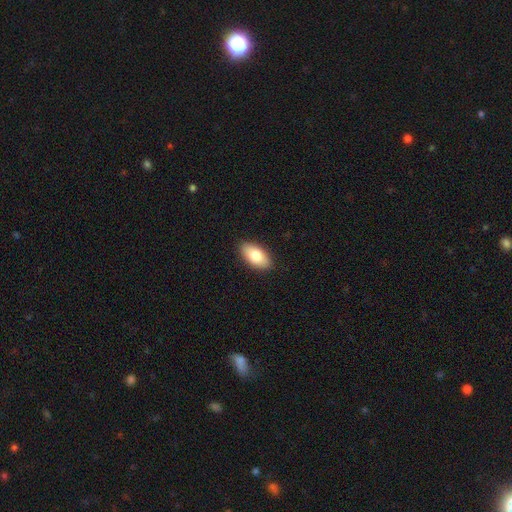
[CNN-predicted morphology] type=smooth (80%); roundness=in between (93%); merging=none (89%).